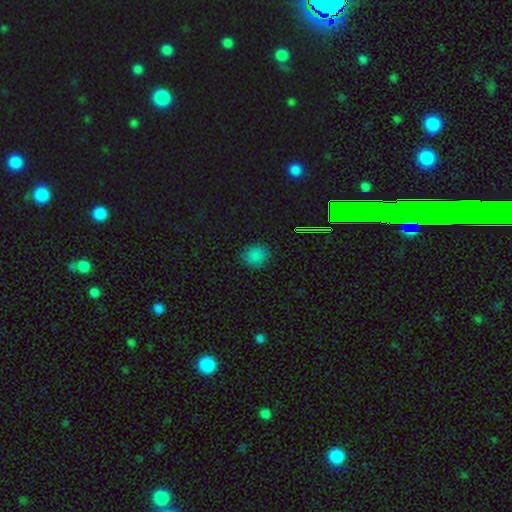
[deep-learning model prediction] Q: Smooth or featured?
A: smooth (81%); runner-up: star or artifact (15%)
Q: How rounded?
A: round (77%); runner-up: in between (22%)
Q: Merging?
A: none (87%); runner-up: minor disturbance (10%)